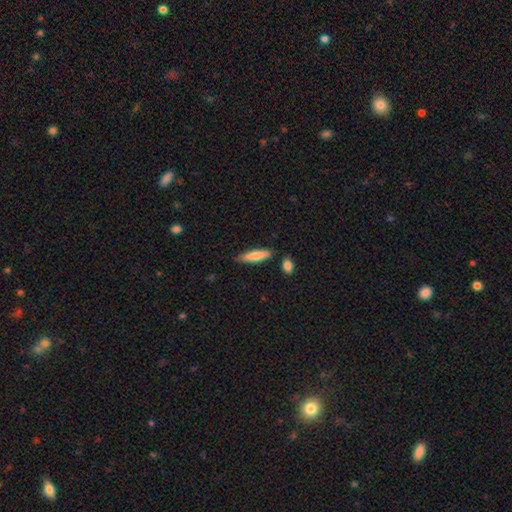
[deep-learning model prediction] Smooth or featured? smooth (78%)
How rounded? cigar-shaped (70%)
Merging? none (79%)